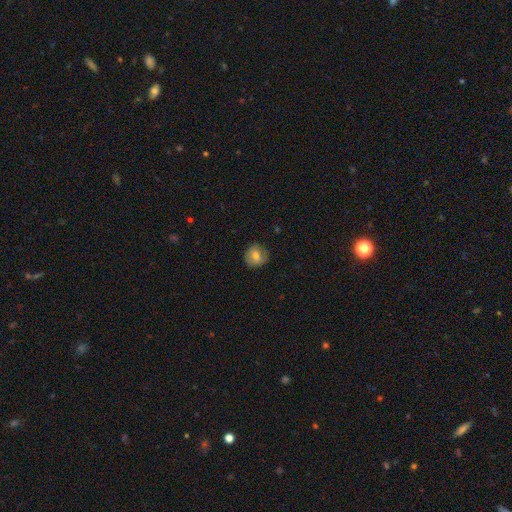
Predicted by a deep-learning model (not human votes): This appears to be a smooth galaxy with no disk features (67%) that is round (80%). Merging: none (79%).